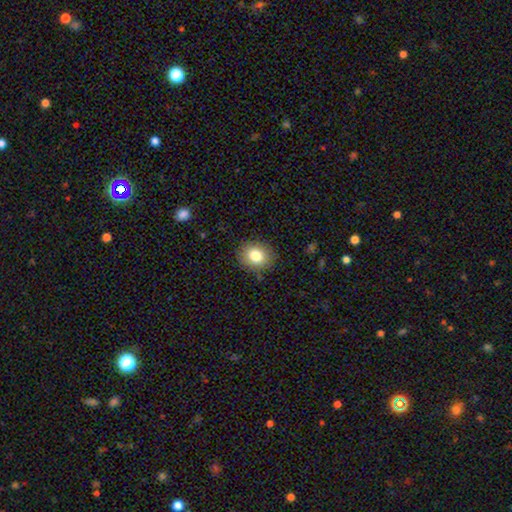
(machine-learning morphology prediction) Smooth or featured: smooth — 81% (star or artifact — 10%)
How rounded: round — 61% (in between — 38%)
Merging: none — 86% (minor disturbance — 10%)